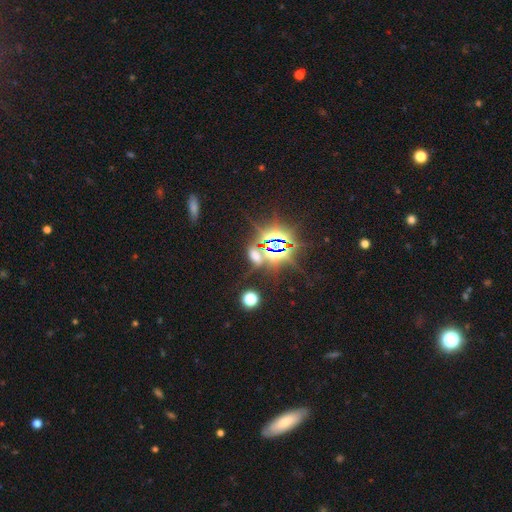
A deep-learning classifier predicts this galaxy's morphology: Smooth or featured?
  - star or artifact: 65% *
  - smooth: 24%
  - featured or disk: 11%